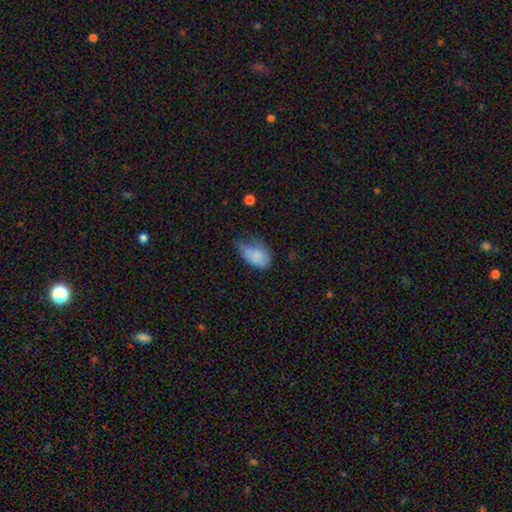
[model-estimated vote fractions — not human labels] smooth_or_featured: smooth (p=0.79) [alt: featured or disk p=0.14]
how_rounded: in between (p=0.88) [alt: round p=0.10]
merging: minor disturbance (p=0.47) [alt: major disturbance p=0.27]